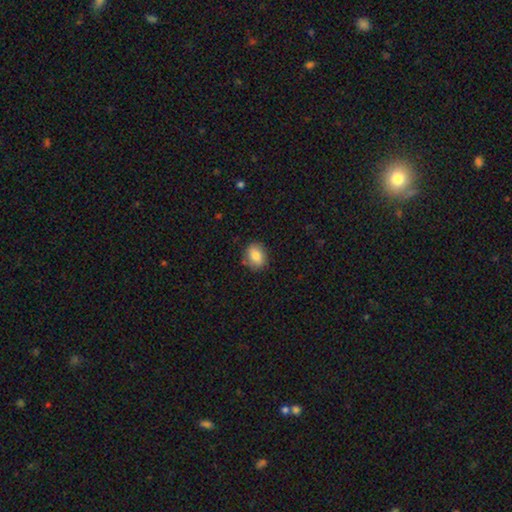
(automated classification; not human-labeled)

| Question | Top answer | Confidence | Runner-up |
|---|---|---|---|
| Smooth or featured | smooth | 81% | featured or disk (11%) |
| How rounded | in between | 59% | round (40%) |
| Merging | none | 82% | minor disturbance (13%) |